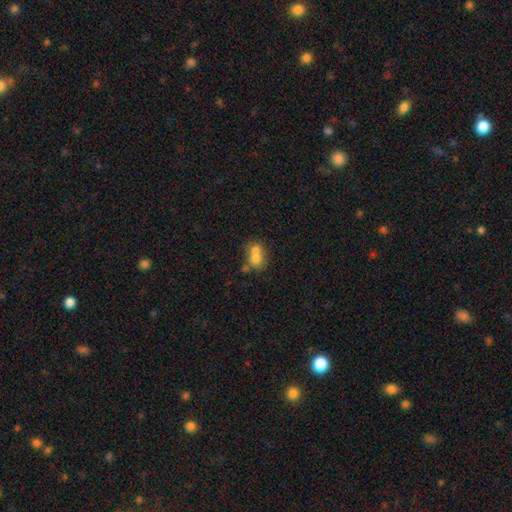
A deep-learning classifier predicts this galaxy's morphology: Q: Smooth or featured?
A: smooth (67%); runner-up: featured or disk (22%)
Q: How rounded?
A: round (61%); runner-up: in between (38%)
Q: Merging?
A: merger (67%); runner-up: none (23%)